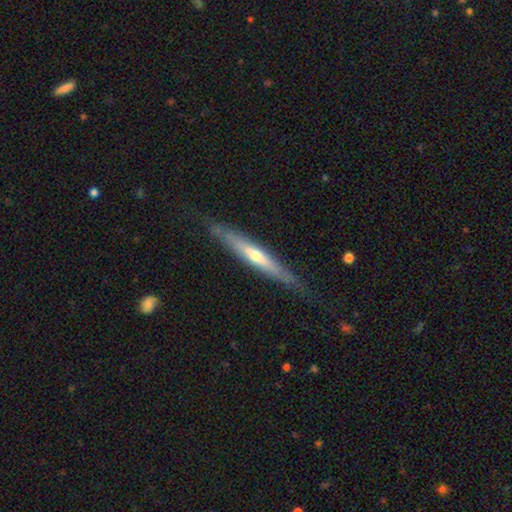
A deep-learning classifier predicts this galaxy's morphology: smooth_or_featured: featured or disk (p=0.61) [alt: smooth p=0.33]
disk_edge_on: yes (p=0.91) [alt: no p=0.09]
edge_on_bulge: rounded (p=0.64) [alt: none p=0.31]
merging: none (p=0.81) [alt: minor disturbance p=0.14]